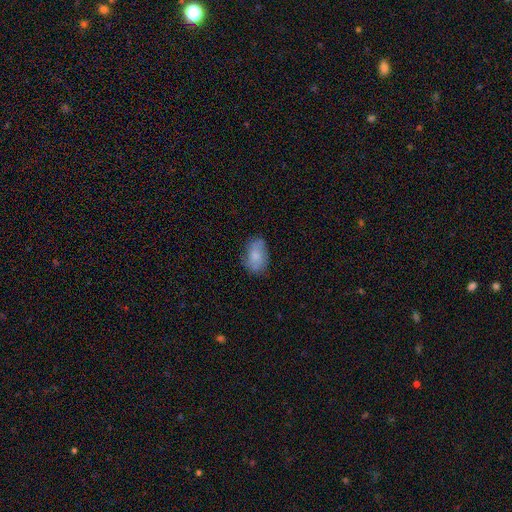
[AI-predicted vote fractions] The model was most divided on "smooth or featured": smooth: 69%, featured or disk: 24%, star or artifact: 7%. More confident: how rounded — in between (87%); merging — none (69%).